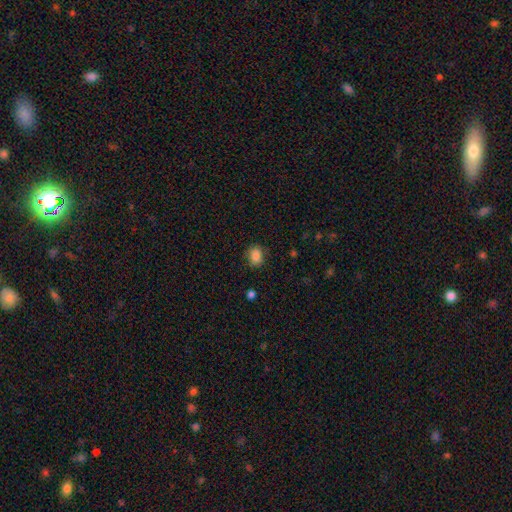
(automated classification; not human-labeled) smooth_or_featured: smooth (p=0.85) [alt: star or artifact p=0.10]
how_rounded: in between (p=0.55) [alt: round p=0.44]
merging: none (p=0.82) [alt: minor disturbance p=0.13]